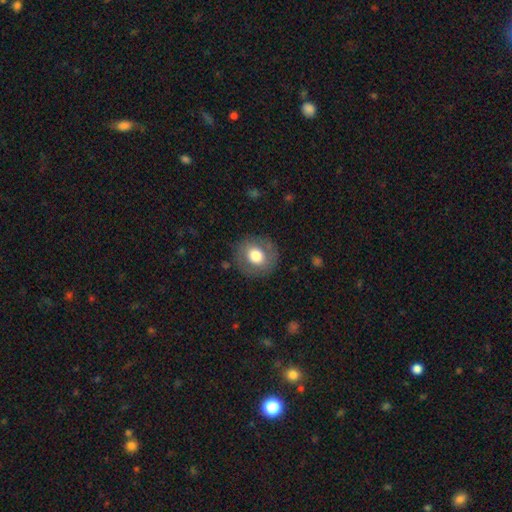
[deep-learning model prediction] Smooth or featured?
  - smooth: 69% *
  - featured or disk: 23%
  - star or artifact: 8%
How rounded?
  - round: 88% *
  - in between: 11%
  - cigar-shaped: 1%
Merging?
  - none: 85% *
  - minor disturbance: 10%
  - major disturbance: 4%
  - merger: 1%